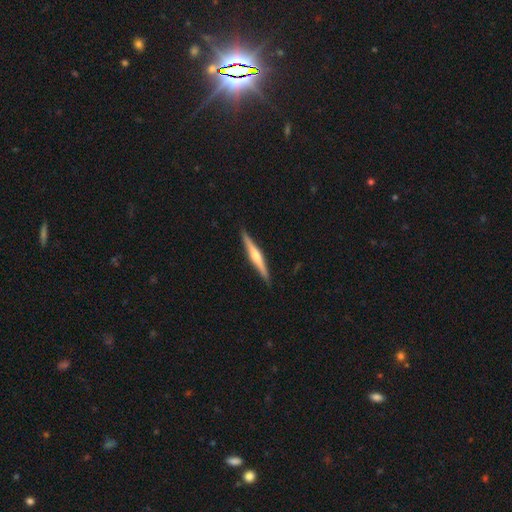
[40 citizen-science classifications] Morphology: type=featured or disk (75%); edge-on=yes (100%); edge-on bulge=rounded (83%); merging=none (87%).